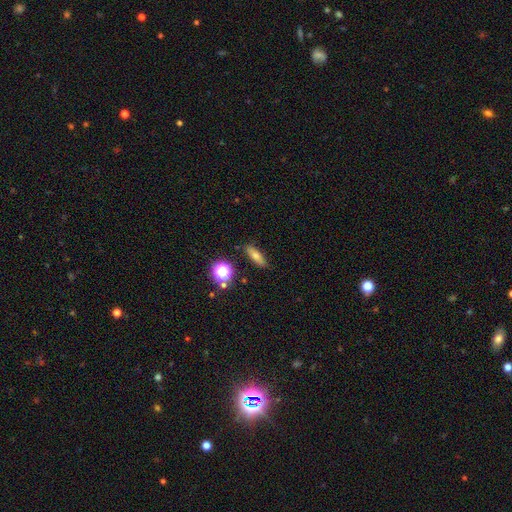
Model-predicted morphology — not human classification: Overall: smooth (59%; featured or disk 26%). How rounded: cigar-shaped (53%; in between 38%). Merging: none (87%).